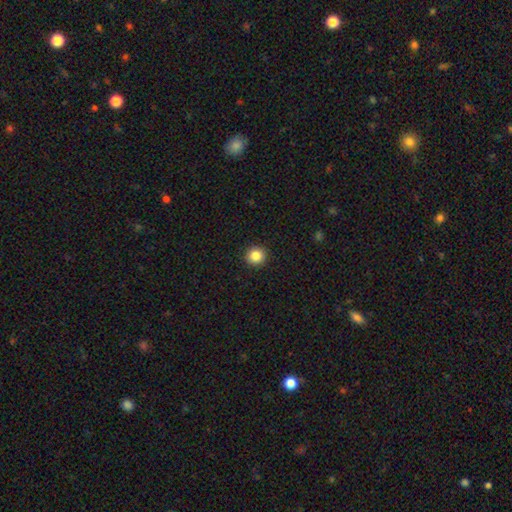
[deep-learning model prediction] A smooth galaxy with no disk features (85%) that is round (93%). Merging: none (93%).